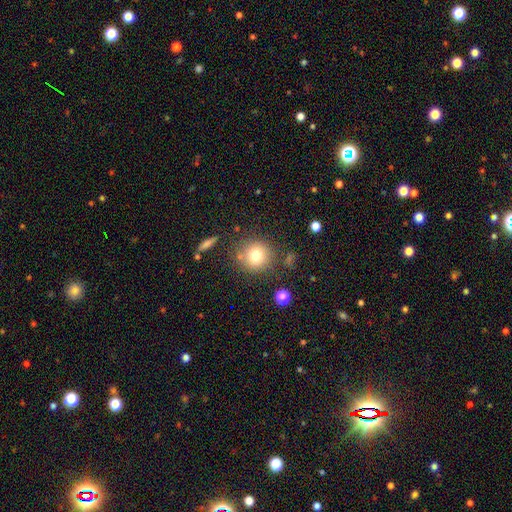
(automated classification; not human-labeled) Smooth or featured?
  - smooth: 75% *
  - star or artifact: 12%
  - featured or disk: 12%
How rounded?
  - round: 91% *
  - in between: 8%
  - cigar-shaped: 1%
Merging?
  - none: 78% *
  - minor disturbance: 11%
  - merger: 7%
  - major disturbance: 4%